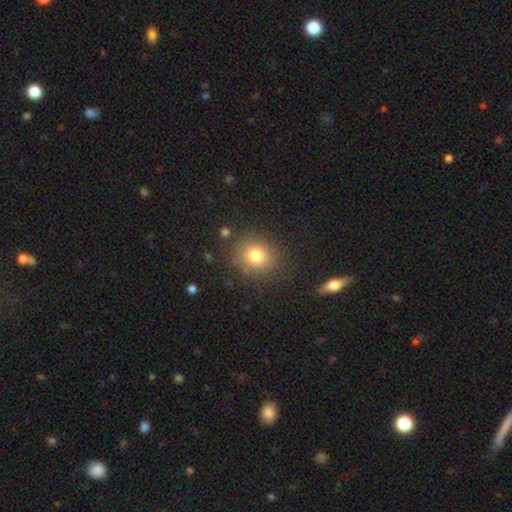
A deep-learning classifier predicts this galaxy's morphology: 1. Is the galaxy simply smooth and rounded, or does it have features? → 78% smooth, 14% star or artifact, 8% featured or disk.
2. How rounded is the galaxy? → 76% round, 23% in between, 1% cigar-shaped.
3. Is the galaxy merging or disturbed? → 84% none, 10% minor disturbance, 4% major disturbance, 3% merger.